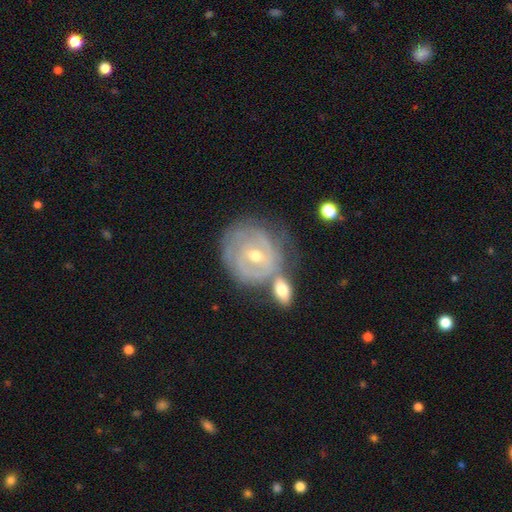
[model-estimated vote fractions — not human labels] Smooth or featured?
  - featured or disk: 76% *
  - smooth: 17%
  - star or artifact: 6%
Edge-on disk?
  - no: 96% *
  - yes: 4%
Bar?
  - no: 45% *
  - weak: 43%
  - strong: 12%
Spiral arms?
  - yes: 79% *
  - no: 21%
Spiral winding?
  - tight: 74% *
  - medium: 19%
  - loose: 7%
Spiral arm count?
  - can't tell: 50% *
  - 2: 25%
  - 3: 11%
  - 1: 6%
  - 4: 5%
  - more than 4: 3%
Bulge size?
  - moderate: 58% *
  - small: 39%
  - large: 2%
  - none: 1%
  - dominant: 1%
Merging?
  - none: 50% *
  - merger: 22%
  - minor disturbance: 19%
  - major disturbance: 9%